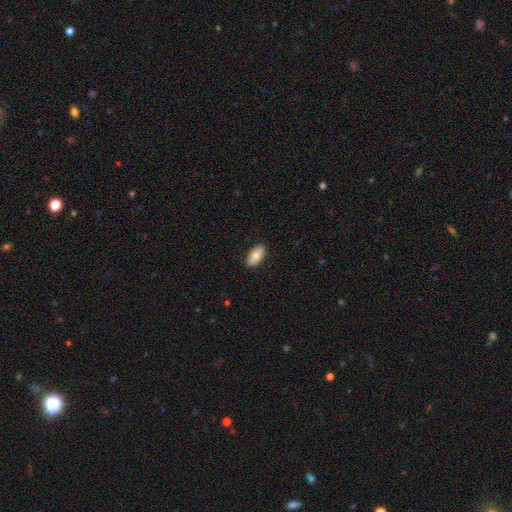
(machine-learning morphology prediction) This appears to be a smooth galaxy with no disk features (73%) that is in between round and cigar-shaped (92%). Merging: none (88%).